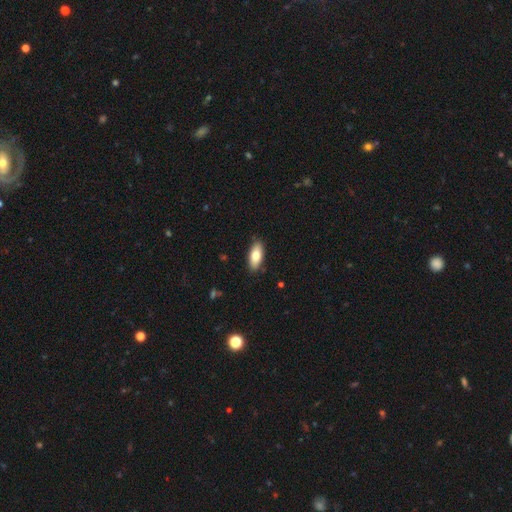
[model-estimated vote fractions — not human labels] Q: Smooth or featured?
A: smooth (78%); runner-up: featured or disk (16%)
Q: How rounded?
A: in between (85%); runner-up: cigar-shaped (13%)
Q: Merging?
A: none (87%); runner-up: minor disturbance (10%)